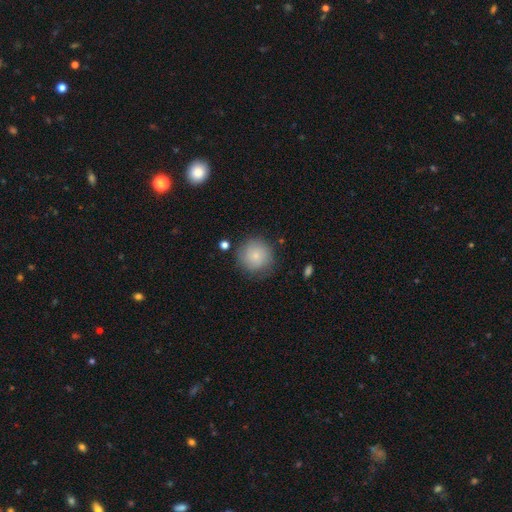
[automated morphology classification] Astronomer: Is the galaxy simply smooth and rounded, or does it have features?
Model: smooth — 80%.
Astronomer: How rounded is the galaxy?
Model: round — 94%.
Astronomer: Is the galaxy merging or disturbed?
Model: none — 82%.